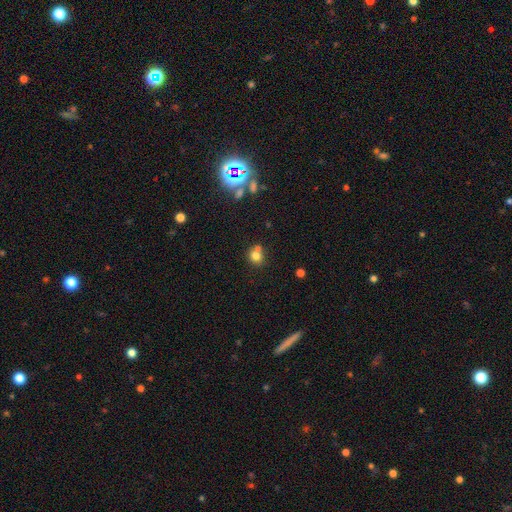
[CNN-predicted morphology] Q: Smooth or featured?
A: smooth (77%); runner-up: star or artifact (13%)
Q: How rounded?
A: round (81%); runner-up: in between (18%)
Q: Merging?
A: none (55%); runner-up: merger (31%)